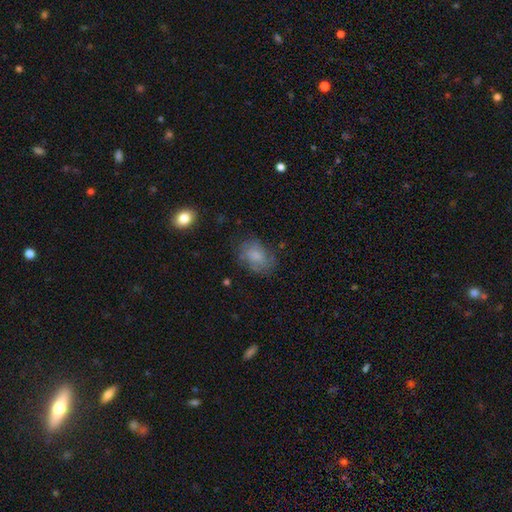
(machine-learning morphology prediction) Overall: smooth (64%; featured or disk 26%). How rounded: in between (76%). Merging: none (67%).